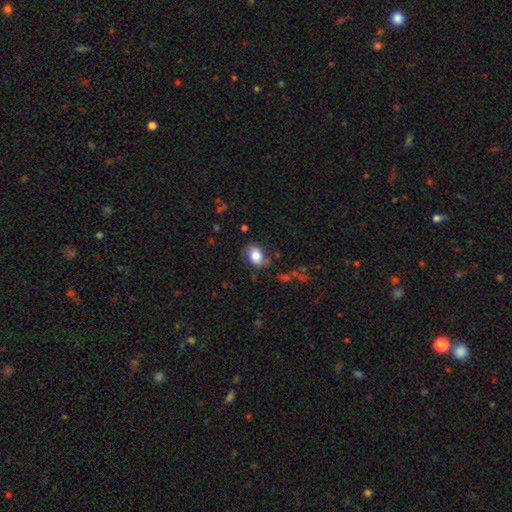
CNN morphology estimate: A smooth galaxy with no disk features (78%) that is in between round and cigar-shaped (71%). Merging: none (72%).